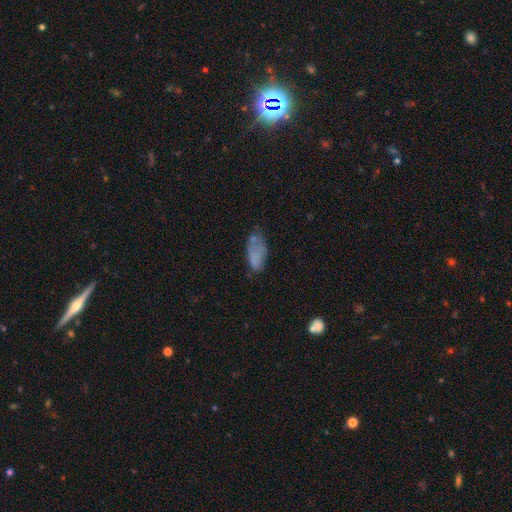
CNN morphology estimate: This is likely a smooth galaxy (69%). How rounded: clearly in between (88%). Merging: marginally none (42%).